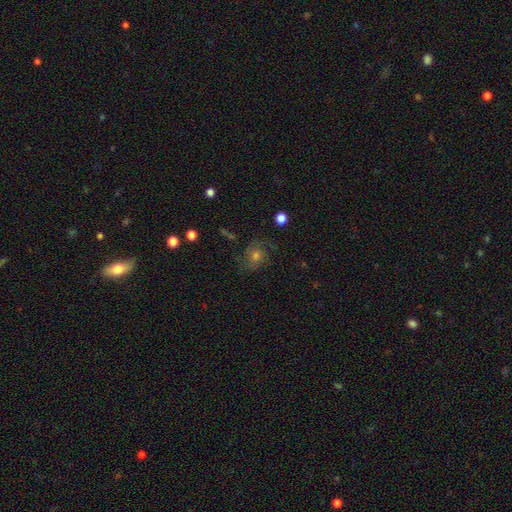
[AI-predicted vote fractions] Morphology: type=featured or disk (56%); edge-on=no (96%); bar=no (78%); spiral arms=yes (88%); bulge=moderate (59%); merging=none (71%).